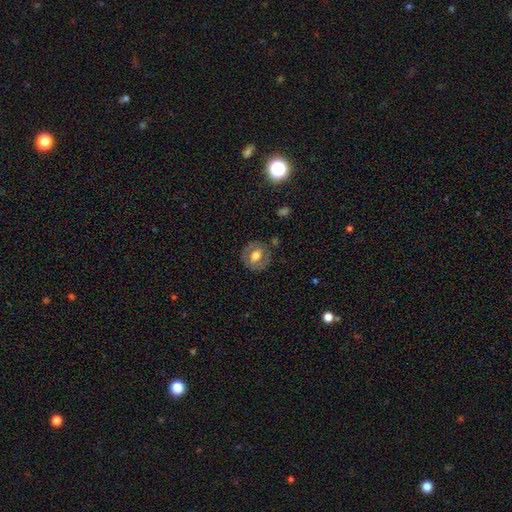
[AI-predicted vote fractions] smooth_or_featured: smooth (p=0.48) [alt: featured or disk p=0.45]
merging: none (p=0.78) [alt: minor disturbance p=0.15]